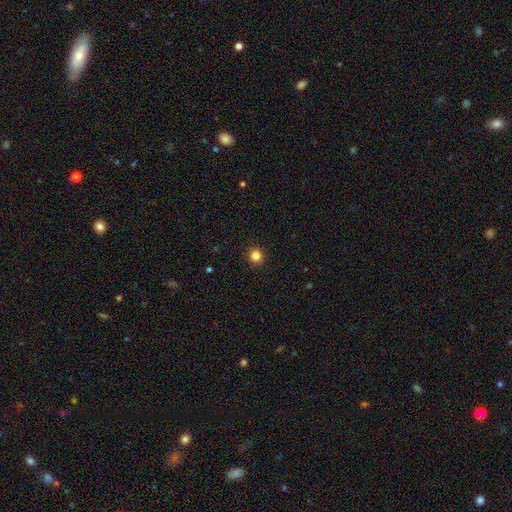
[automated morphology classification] smooth 84%, star or artifact 12%, featured or disk 4%. Down the decision tree: how rounded — round (92%); merging — none (93%).